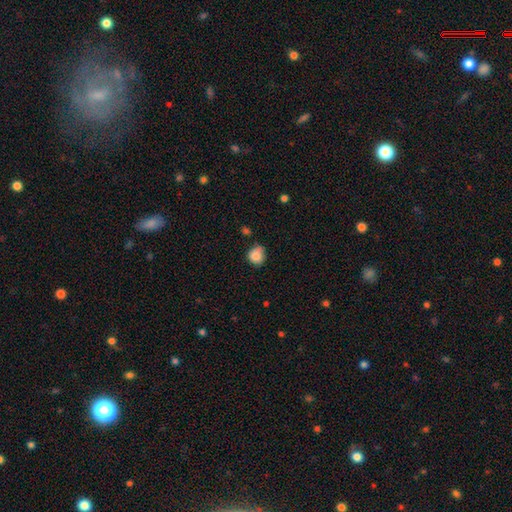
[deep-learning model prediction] Q: Smooth or featured?
A: smooth (81%); runner-up: featured or disk (9%)
Q: How rounded?
A: round (72%); runner-up: in between (27%)
Q: Merging?
A: none (56%); runner-up: minor disturbance (32%)